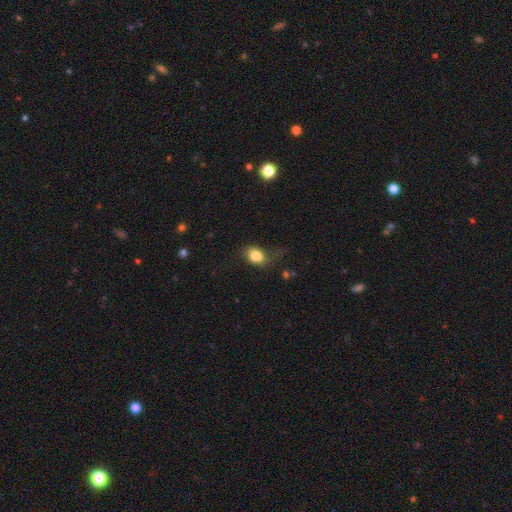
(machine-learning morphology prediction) Smooth or featured? smooth (82%)
How rounded? in between (67%)
Merging? none (51%)